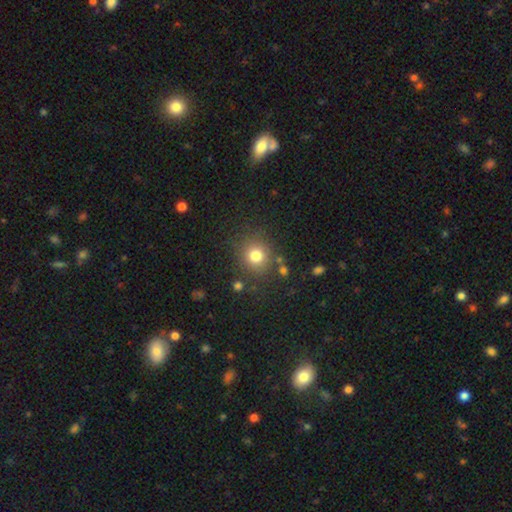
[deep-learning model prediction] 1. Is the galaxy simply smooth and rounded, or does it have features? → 78% smooth, 14% star or artifact, 8% featured or disk.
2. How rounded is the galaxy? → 86% round, 13% in between, 1% cigar-shaped.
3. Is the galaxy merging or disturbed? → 81% none, 10% minor disturbance, 4% merger, 4% major disturbance.